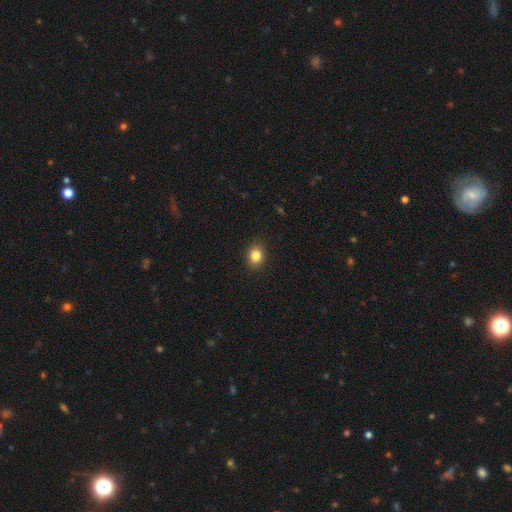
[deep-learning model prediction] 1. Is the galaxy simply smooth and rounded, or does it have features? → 85% smooth, 10% star or artifact, 5% featured or disk.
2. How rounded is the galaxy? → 51% round, 48% in between, 1% cigar-shaped.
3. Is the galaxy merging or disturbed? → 89% none, 8% minor disturbance, 2% major disturbance, 1% merger.